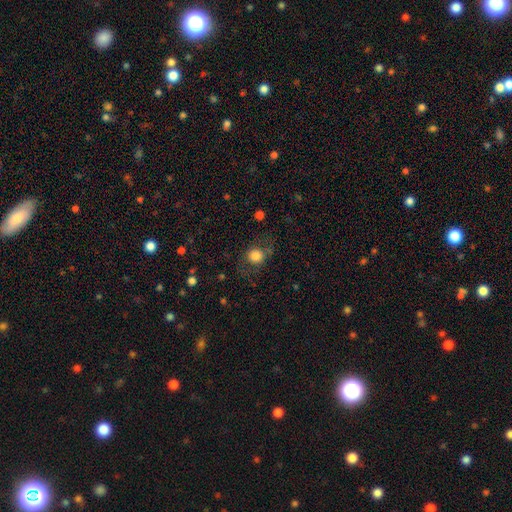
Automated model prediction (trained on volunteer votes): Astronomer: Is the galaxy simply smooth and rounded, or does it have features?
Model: smooth — 77%.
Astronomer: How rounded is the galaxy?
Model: round — 81%.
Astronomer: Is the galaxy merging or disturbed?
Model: none — 71%.